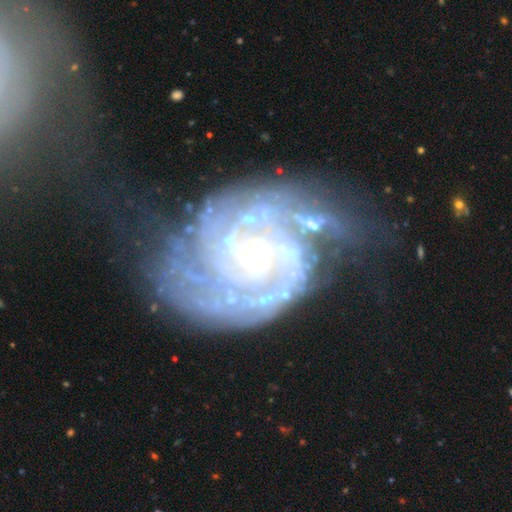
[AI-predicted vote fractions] featured or disk 88%, star or artifact 6%, smooth 5%. Down the decision tree: edge-on disk — no (98%); bar — no (71%); spiral arms — yes (96%); spiral arm count — 2 (31%); spiral winding — tight (65%); bulge size — small (82%); merging — none (44%).